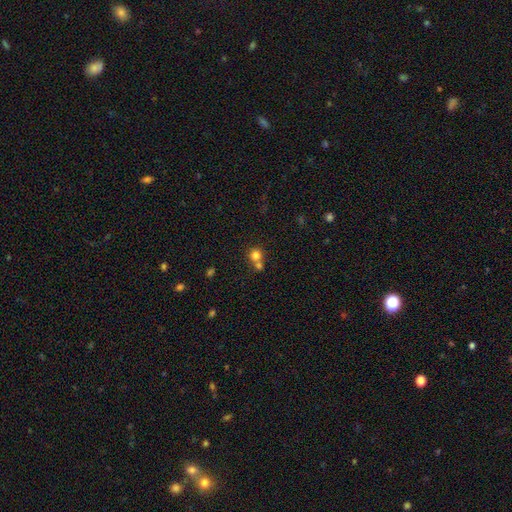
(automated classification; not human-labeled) Overall: smooth (79%). How rounded: round (89%). Merging: none (48%; merger 43%).